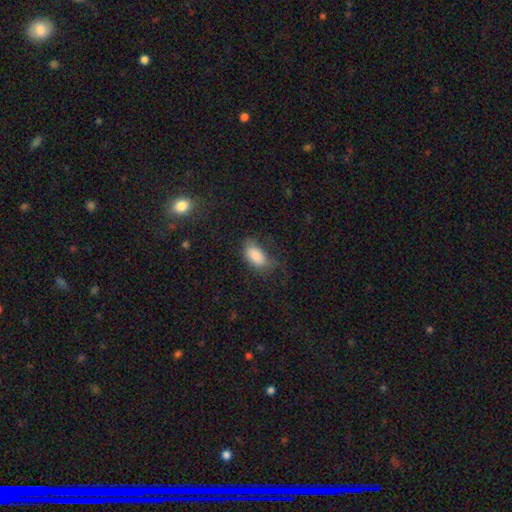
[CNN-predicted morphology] This appears to be a smooth galaxy with no disk features (82%) that is in between round and cigar-shaped (93%). Merging: none (47%).